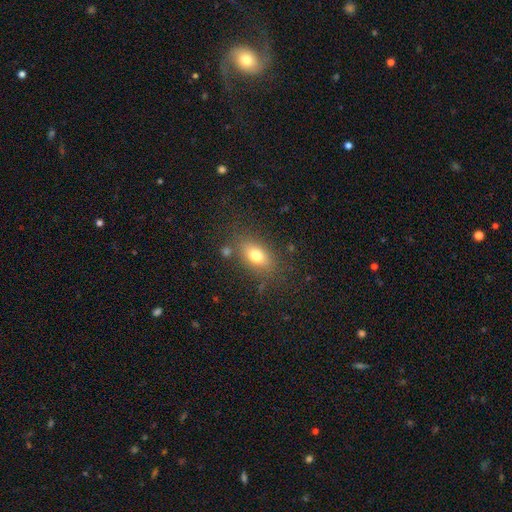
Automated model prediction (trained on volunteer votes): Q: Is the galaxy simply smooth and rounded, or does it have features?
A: smooth — 74%.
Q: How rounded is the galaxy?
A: in between — 81%.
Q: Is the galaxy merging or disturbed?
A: none — 78%.